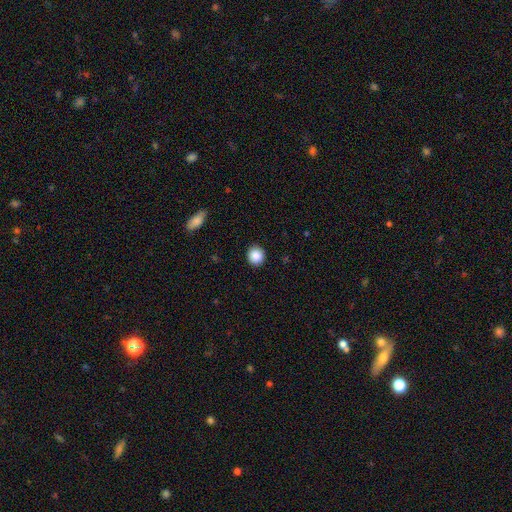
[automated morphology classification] This is clearly a smooth galaxy (88%). How rounded: clearly round (89%). Merging: clearly none (92%).